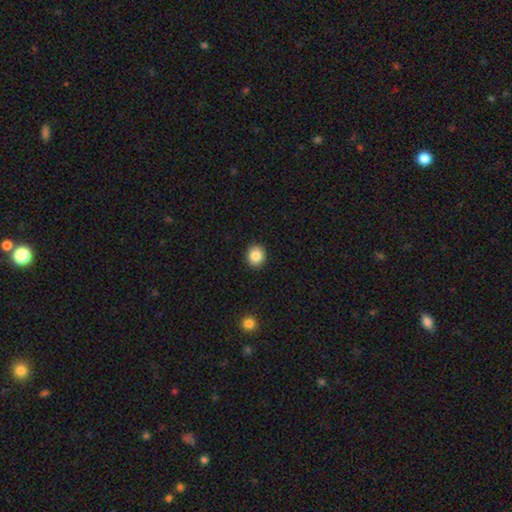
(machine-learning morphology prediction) smooth 85%, star or artifact 9%, featured or disk 6%. Down the decision tree: how rounded — round (85%); merging — none (92%).